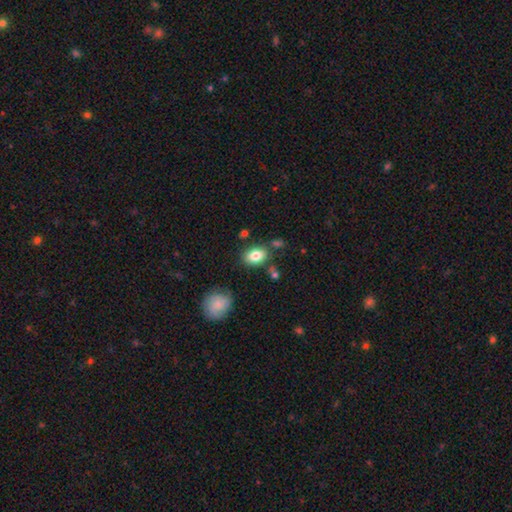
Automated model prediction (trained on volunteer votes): Smooth or featured? smooth (83%)
How rounded? in between (78%)
Merging? none (77%)